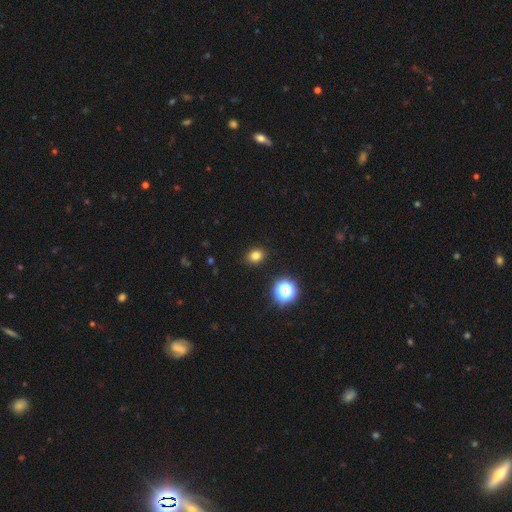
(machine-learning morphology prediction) This is likely a smooth galaxy (78%). How rounded: possibly round (54%). Merging: clearly none (90%).